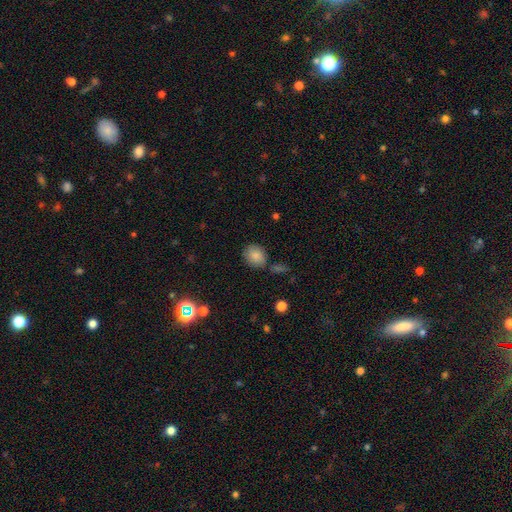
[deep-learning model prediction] A smooth galaxy with no disk features (84%) that is round (61%). Merging: none (73%).